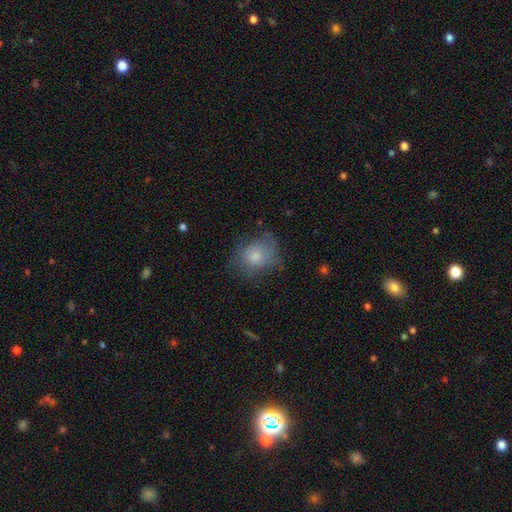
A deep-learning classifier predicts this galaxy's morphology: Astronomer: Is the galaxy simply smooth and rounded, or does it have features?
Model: smooth — 71%.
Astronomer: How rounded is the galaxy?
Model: round — 60% (runner-up: in between, 39%).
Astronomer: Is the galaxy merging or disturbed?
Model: none — 54%.